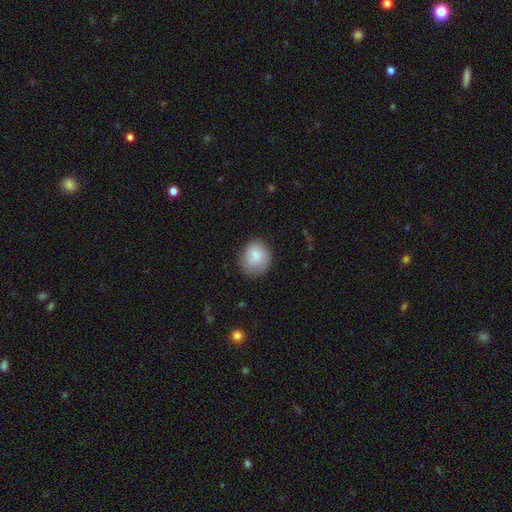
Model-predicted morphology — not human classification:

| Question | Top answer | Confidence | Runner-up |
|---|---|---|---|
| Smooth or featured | smooth | 83% | featured or disk (10%) |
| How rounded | round | 68% | in between (31%) |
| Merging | none | 73% | minor disturbance (20%) |